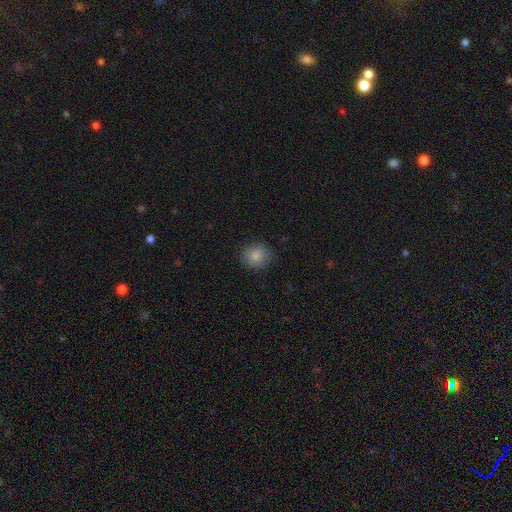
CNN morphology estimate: The model was most divided on "merging": none: 83%, minor disturbance: 13%, major disturbance: 3%, merger: 1%. More confident: how rounded — round (86%); smooth or featured — smooth (86%).